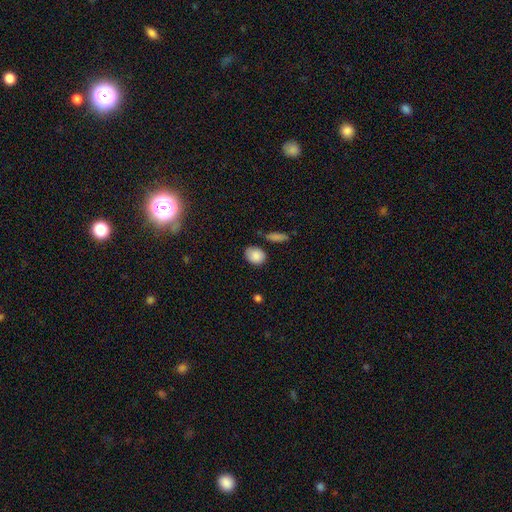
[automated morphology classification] This is clearly a smooth galaxy (87%). How rounded: likely in between (64%). Merging: likely none (74%).